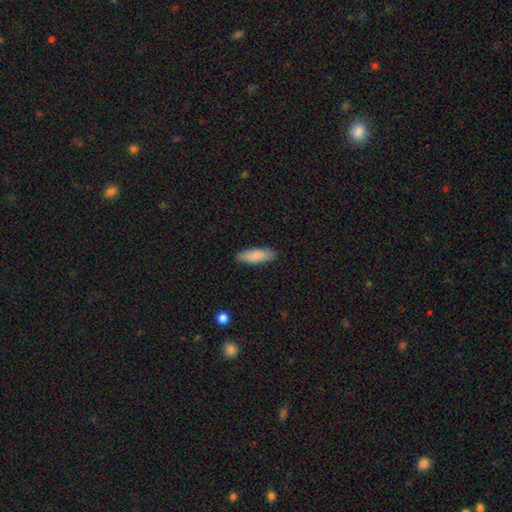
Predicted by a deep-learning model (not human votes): The model was most divided on "how rounded": in between: 63%, cigar-shaped: 35%, round: 2%. More confident: merging — none (87%); smooth or featured — smooth (86%).